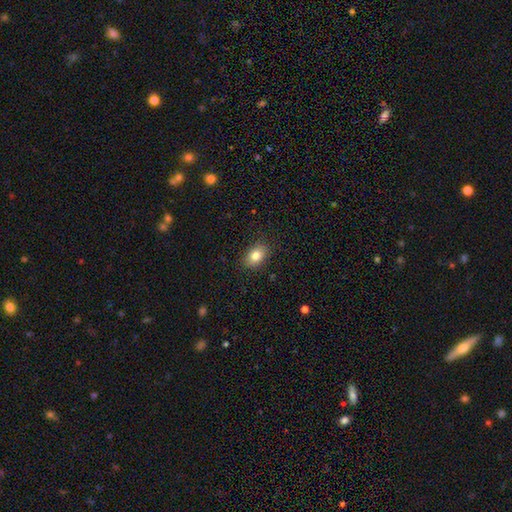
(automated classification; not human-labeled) Smooth or featured? smooth (82%)
How rounded? in between (82%)
Merging? none (87%)